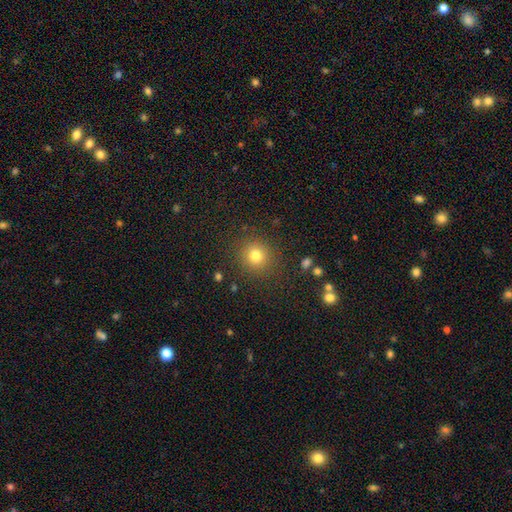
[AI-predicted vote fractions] A smooth galaxy with no disk features (78%) that is round (90%).

Vote fractions:
- Smooth or featured? smooth: 78% / star or artifact: 14% / featured or disk: 8%
- How rounded? round: 90% / in between: 9% / cigar-shaped: 1%
- Merging? none: 87% / minor disturbance: 8% / major disturbance: 4% / merger: 2%